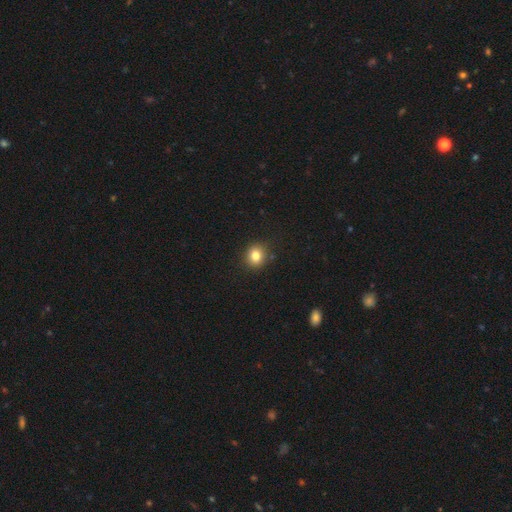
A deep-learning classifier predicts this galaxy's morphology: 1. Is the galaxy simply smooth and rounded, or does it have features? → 83% smooth, 12% star or artifact, 6% featured or disk.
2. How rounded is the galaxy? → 78% round, 21% in between, 1% cigar-shaped.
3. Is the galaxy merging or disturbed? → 88% none, 9% minor disturbance, 2% major disturbance, 1% merger.